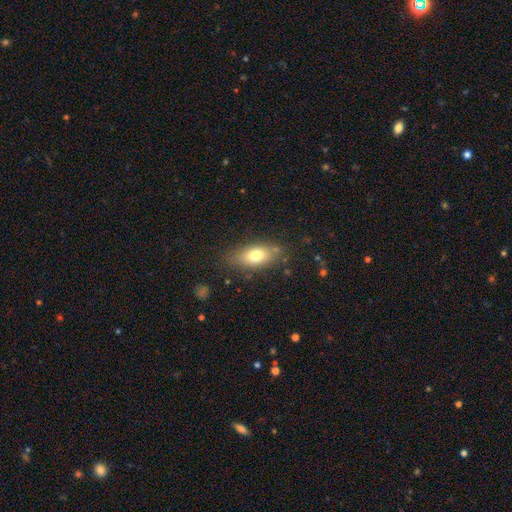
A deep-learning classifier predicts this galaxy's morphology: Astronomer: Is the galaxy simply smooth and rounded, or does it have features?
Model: smooth — 73%.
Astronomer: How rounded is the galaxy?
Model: in between — 82%.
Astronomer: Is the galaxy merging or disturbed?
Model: none — 79%.